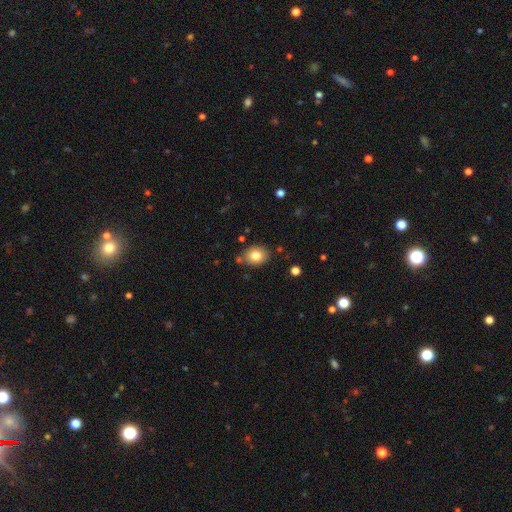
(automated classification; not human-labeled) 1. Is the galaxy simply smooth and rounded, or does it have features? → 80% smooth, 10% featured or disk, 9% star or artifact.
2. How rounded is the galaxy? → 55% in between, 44% round, 1% cigar-shaped.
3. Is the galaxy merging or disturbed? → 80% none, 13% minor disturbance, 4% merger, 3% major disturbance.